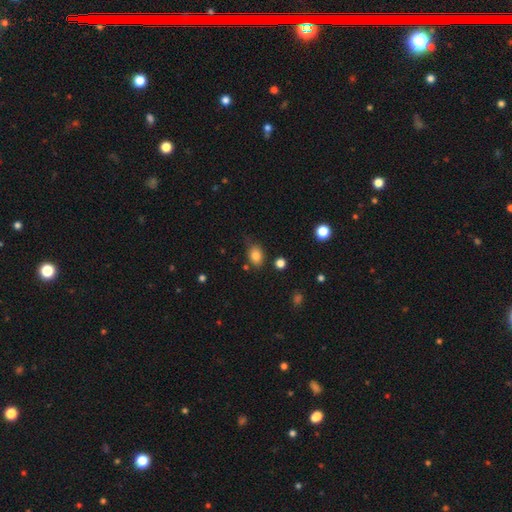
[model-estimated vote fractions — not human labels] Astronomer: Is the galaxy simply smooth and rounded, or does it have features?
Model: smooth — 82%.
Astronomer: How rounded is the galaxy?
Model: in between — 67%.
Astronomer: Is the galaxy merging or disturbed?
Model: none — 71%.